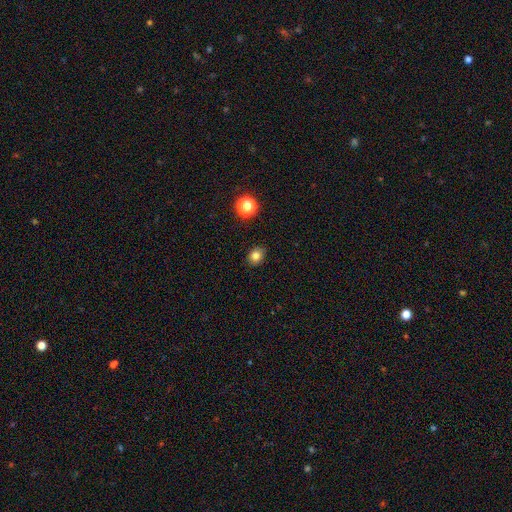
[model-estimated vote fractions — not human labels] A smooth galaxy with no disk features (80%) that is round (59%). Merging: none (87%).